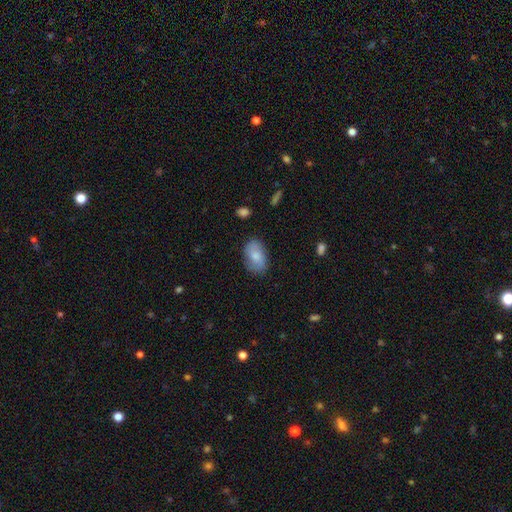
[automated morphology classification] A smooth galaxy with no disk features (74%) that is in between round and cigar-shaped (90%).

Vote fractions:
- Smooth or featured? smooth: 74% / featured or disk: 20% / star or artifact: 6%
- How rounded? in between: 90% / round: 8% / cigar-shaped: 1%
- Merging? none: 77% / minor disturbance: 17% / major disturbance: 4% / merger: 1%